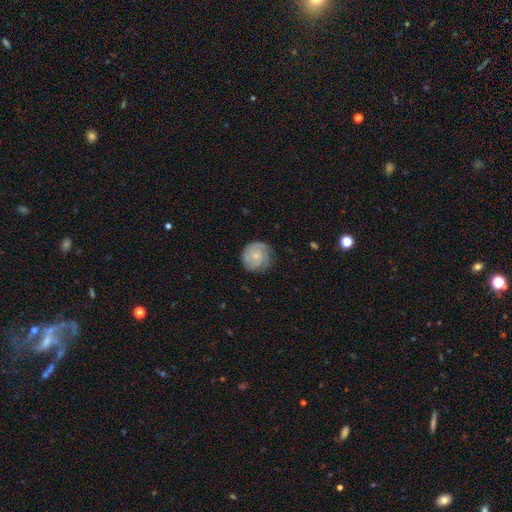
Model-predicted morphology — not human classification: Q: Smooth or featured?
A: featured or disk (62%); runner-up: smooth (32%)
Q: Edge-on disk?
A: no (98%); runner-up: yes (2%)
Q: Bar?
A: no (79%); runner-up: weak (19%)
Q: Spiral arms?
A: yes (92%); runner-up: no (8%)
Q: Spiral winding?
A: tight (63%); runner-up: medium (29%)
Q: Spiral arm count?
A: 3 (30%); runner-up: can't tell (28%)
Q: Bulge size?
A: small (72%); runner-up: moderate (21%)
Q: Merging?
A: none (78%); runner-up: minor disturbance (17%)